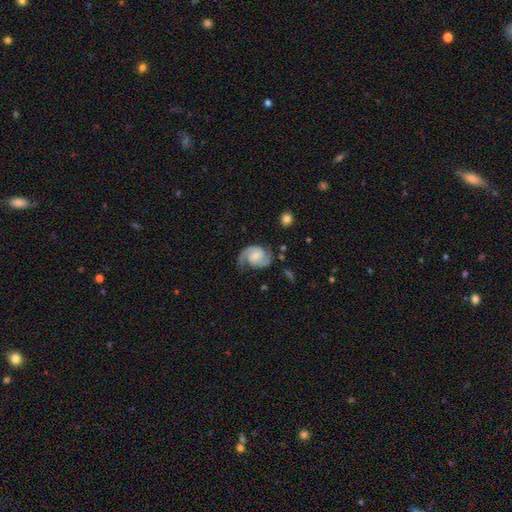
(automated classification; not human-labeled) smooth-or-featured: featured or disk: 89% | smooth: 7% | star or artifact: 5%
  disk-edge-on: no: 98% | yes: 2%
    bar: no: 56% | weak: 36% | strong: 8%
    has-spiral-arms: yes: 98% | no: 2%
      spiral-winding: medium: 52% | tight: 33% | loose: 15%
      spiral-arm-count: 2: 92% | 1: 3% | can't tell: 2% | 3: 1% | 4: 1% | more than 4: 1%
    bulge-size: small: 41% | moderate: 37% | none: 15% | large: 6% | dominant: 2%
  merging: none: 74% | minor disturbance: 17% | major disturbance: 7% | merger: 2%